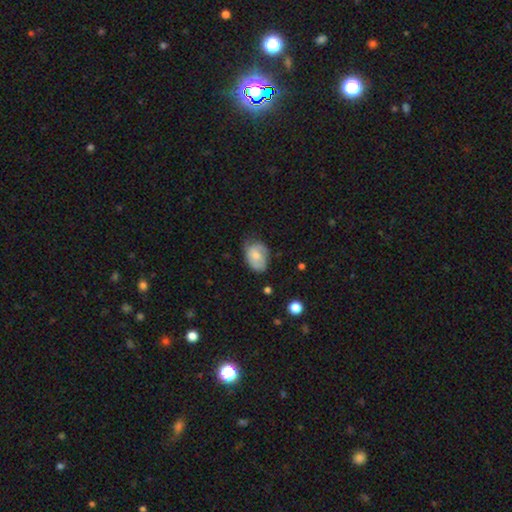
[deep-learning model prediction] Smooth or featured? Predicted: smooth (p=0.57). How rounded? Predicted: in between (p=0.79). Merging? Predicted: none (p=0.55).